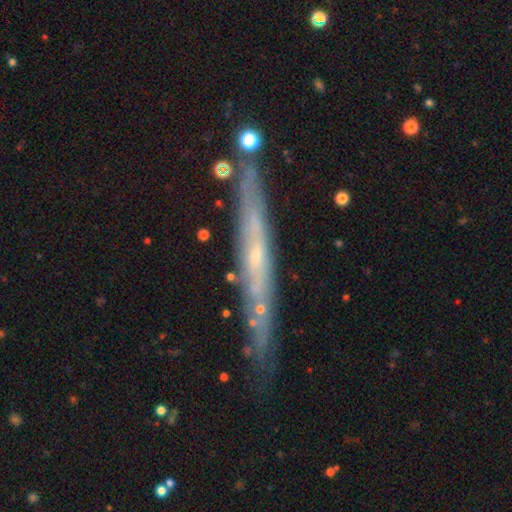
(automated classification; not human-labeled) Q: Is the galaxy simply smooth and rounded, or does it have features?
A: featured or disk — 72%.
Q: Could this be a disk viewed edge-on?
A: yes — 85%.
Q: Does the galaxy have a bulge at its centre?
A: none — 64%.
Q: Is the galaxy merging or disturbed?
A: none — 80%.